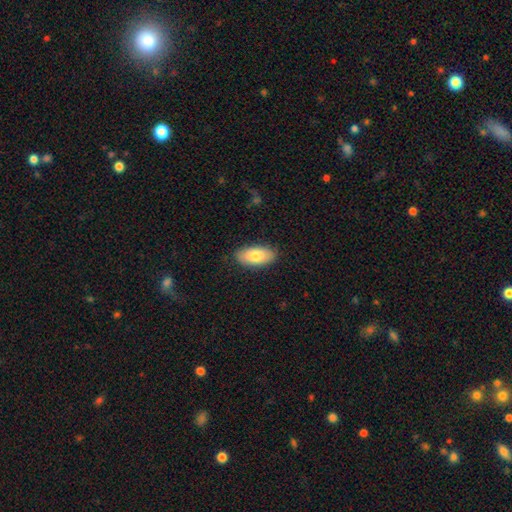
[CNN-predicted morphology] Smooth or featured? Predicted: smooth (p=0.80). How rounded? Predicted: in between (p=0.91). Merging? Predicted: none (p=0.85).